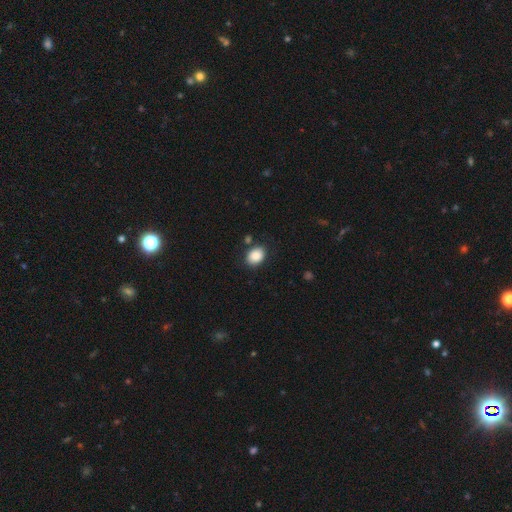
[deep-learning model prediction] This is clearly a smooth galaxy (89%). How rounded: likely in between (64%). Merging: clearly none (82%).